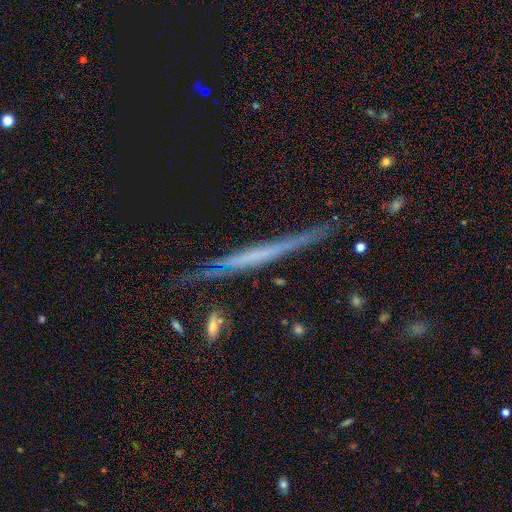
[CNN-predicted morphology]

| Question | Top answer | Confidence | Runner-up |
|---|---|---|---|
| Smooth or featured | featured or disk | 63% | smooth (28%) |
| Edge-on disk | yes | 94% | no (6%) |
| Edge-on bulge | none | 82% | rounded (9%) |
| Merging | none | 76% | minor disturbance (17%) |